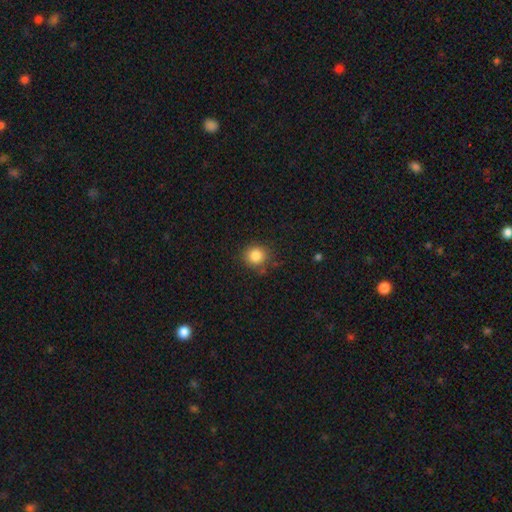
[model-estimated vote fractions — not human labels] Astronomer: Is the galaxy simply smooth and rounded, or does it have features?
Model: smooth — 84%.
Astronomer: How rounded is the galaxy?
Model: round — 86%.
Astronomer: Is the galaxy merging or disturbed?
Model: none — 82%.